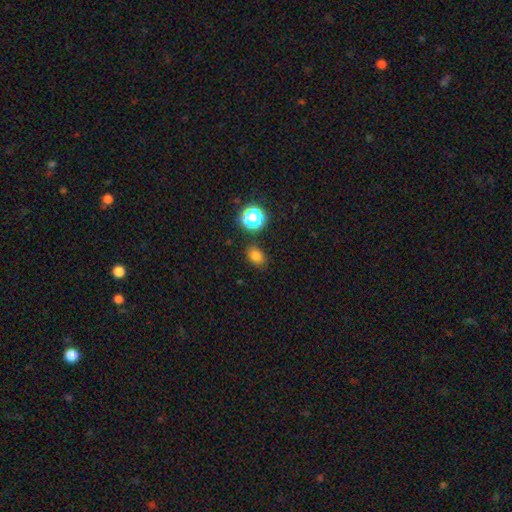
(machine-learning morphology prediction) smooth_or_featured: smooth (p=0.78) [alt: star or artifact p=0.16]
how_rounded: in between (p=0.63) [alt: round p=0.36]
merging: none (p=0.82) [alt: minor disturbance p=0.12]